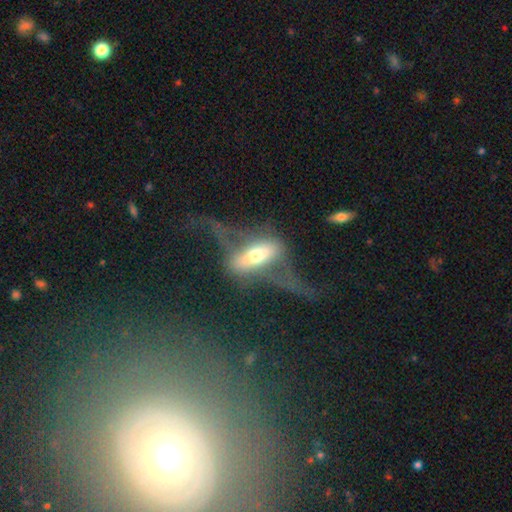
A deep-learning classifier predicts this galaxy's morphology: smooth_or_featured: featured or disk (p=0.66) [alt: smooth p=0.27]
disk_edge_on: no (p=0.57) [alt: yes p=0.43]
merging: major disturbance (p=0.50) [alt: none p=0.30]